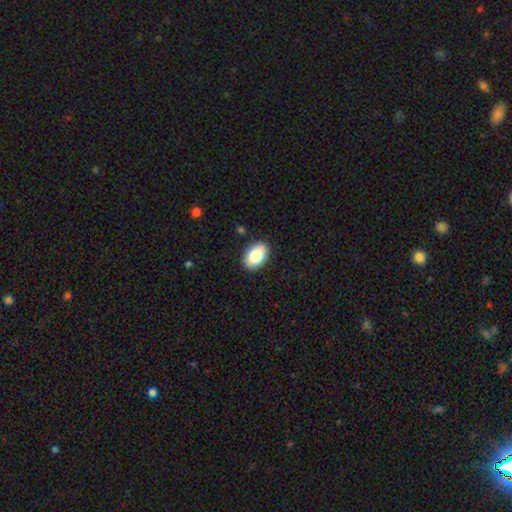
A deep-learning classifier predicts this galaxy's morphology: type=smooth (83%); roundness=in between (90%); merging=none (89%).